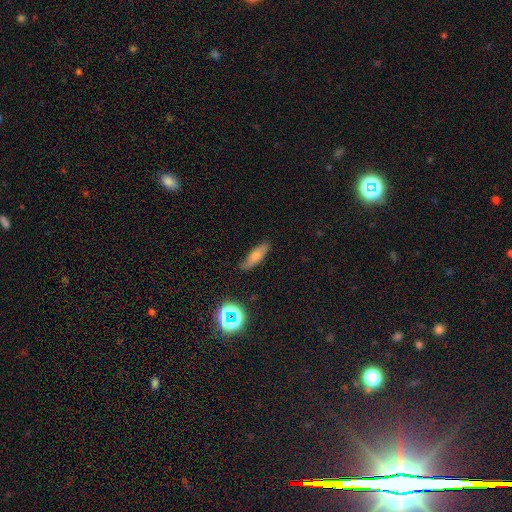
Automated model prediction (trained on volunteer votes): Overall: smooth (53%; featured or disk 30%). How rounded: cigar-shaped (55%; in between 39%). Merging: none (80%).